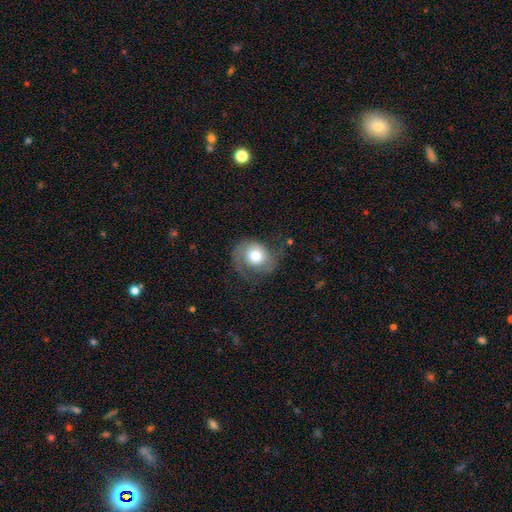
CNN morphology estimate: A featured or disk galaxy (50%).

Vote fractions:
- Smooth or featured? featured or disk: 50% / smooth: 43% / star or artifact: 8%
- Merging? none: 51% / minor disturbance: 24% / major disturbance: 24% / merger: 2%